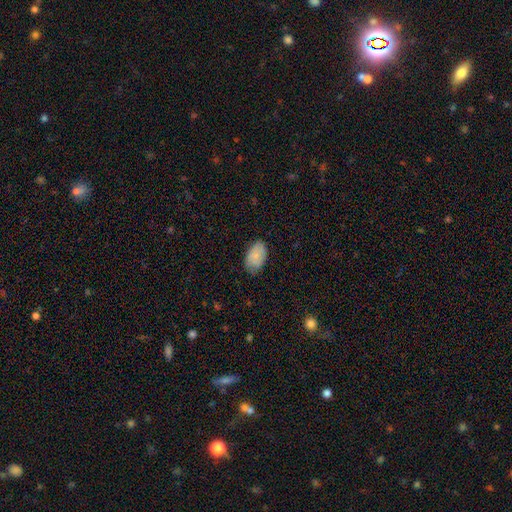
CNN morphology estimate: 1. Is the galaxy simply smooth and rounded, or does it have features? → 81% smooth, 12% featured or disk, 7% star or artifact.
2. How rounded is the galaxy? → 93% in between, 5% round, 1% cigar-shaped.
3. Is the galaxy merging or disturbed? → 72% none, 23% minor disturbance, 4% major disturbance, 1% merger.